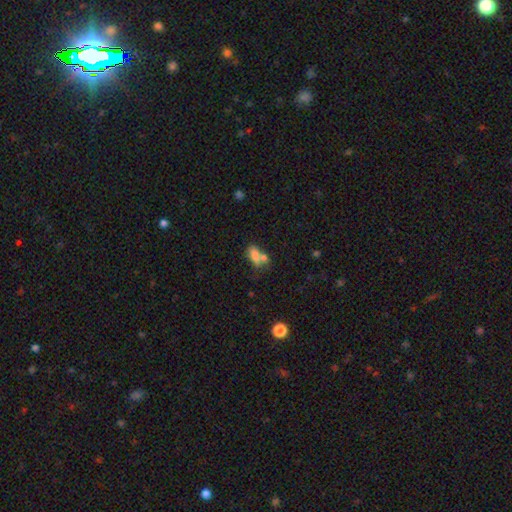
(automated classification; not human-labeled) Smooth or featured? Predicted: smooth (p=0.75). How rounded? Predicted: in between (p=0.83). Merging? Predicted: merger (p=0.45).